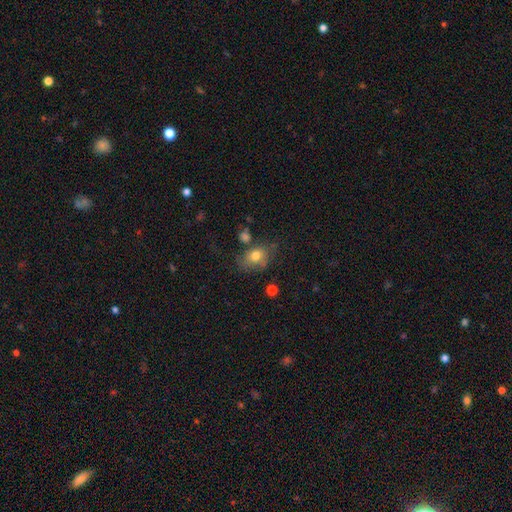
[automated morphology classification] Smooth or featured? Predicted: smooth (p=0.75). How rounded? Predicted: in between (p=0.58). Merging? Predicted: none (p=0.53).